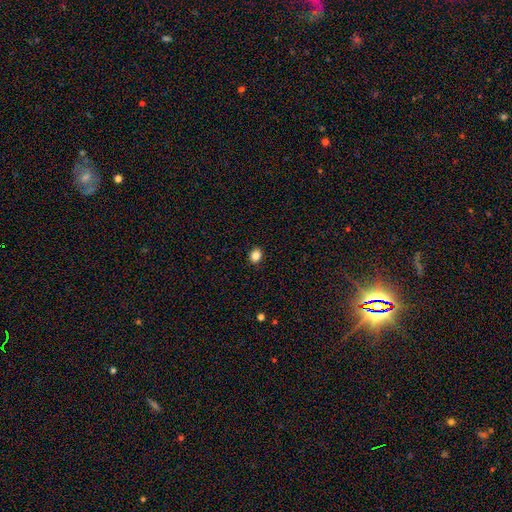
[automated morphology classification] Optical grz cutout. It shows a smooth galaxy with no disk features (86%) that is round (60%). Merging: none (91%).